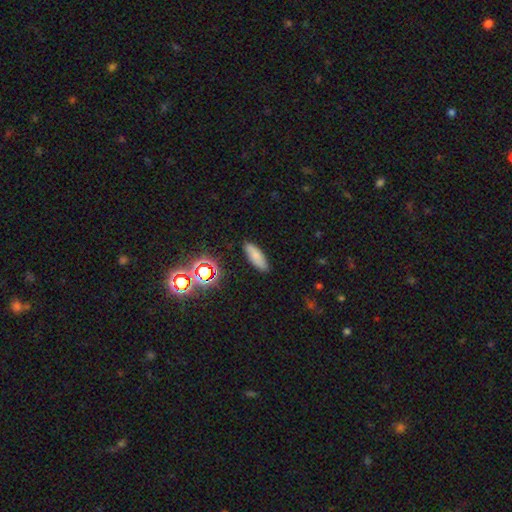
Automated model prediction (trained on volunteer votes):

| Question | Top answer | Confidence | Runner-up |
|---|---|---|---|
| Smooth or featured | smooth | 77% | star or artifact (13%) |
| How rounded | in between | 61% | cigar-shaped (37%) |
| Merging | none | 86% | minor disturbance (10%) |